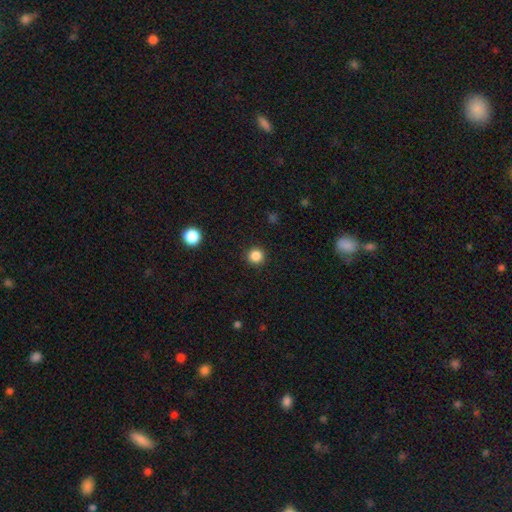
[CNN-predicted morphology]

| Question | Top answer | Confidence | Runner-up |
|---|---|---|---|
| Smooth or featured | smooth | 85% | star or artifact (12%) |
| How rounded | round | 95% | in between (4%) |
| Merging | none | 92% | minor disturbance (5%) |